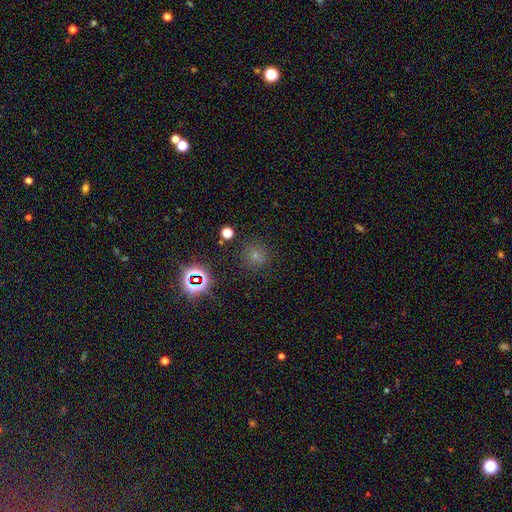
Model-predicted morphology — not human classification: The model was most divided on "smooth or featured": smooth: 61%, star or artifact: 30%, featured or disk: 9%. More confident: how rounded — round (92%); merging — none (84%).